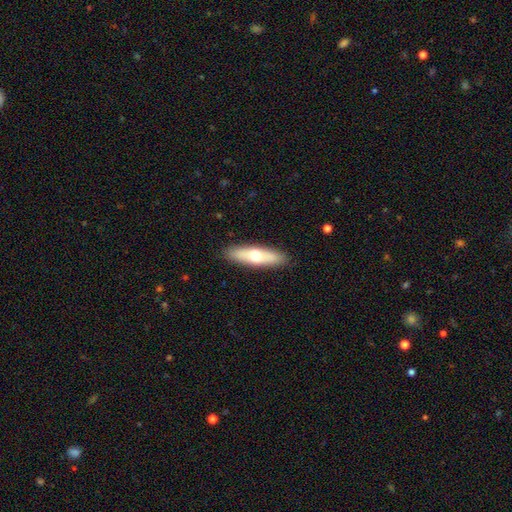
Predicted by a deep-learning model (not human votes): smooth_or_featured: smooth (p=0.59) [alt: featured or disk p=0.36]
how_rounded: cigar-shaped (p=0.59) [alt: in between p=0.39]
merging: none (p=0.89) [alt: minor disturbance p=0.08]